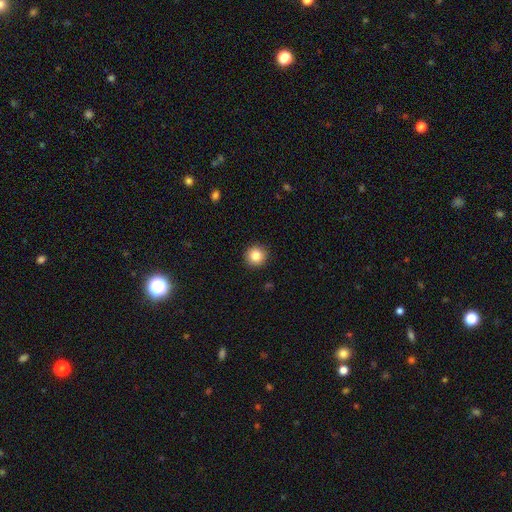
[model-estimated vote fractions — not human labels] Q: Smooth or featured?
A: smooth (84%); runner-up: star or artifact (10%)
Q: How rounded?
A: round (95%); runner-up: in between (4%)
Q: Merging?
A: none (92%); runner-up: minor disturbance (5%)